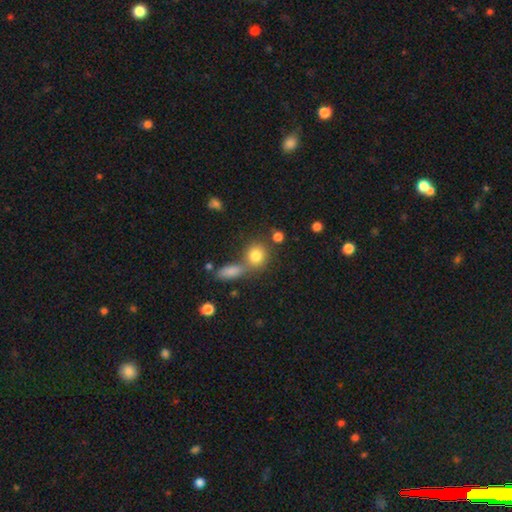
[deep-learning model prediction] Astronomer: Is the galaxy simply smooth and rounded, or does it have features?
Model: smooth — 80%.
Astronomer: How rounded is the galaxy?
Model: round — 76%.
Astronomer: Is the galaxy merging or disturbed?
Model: none — 53% (runner-up: merger, 33%).